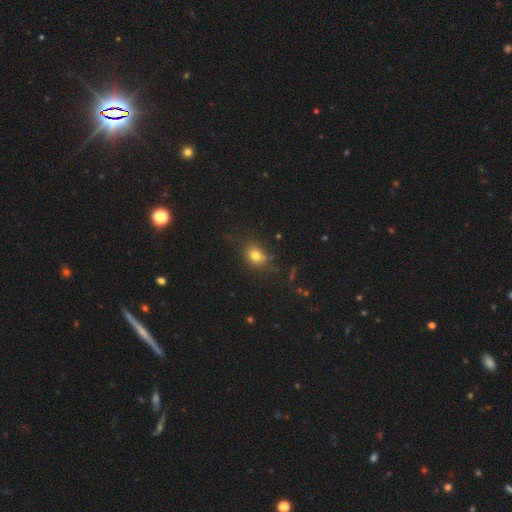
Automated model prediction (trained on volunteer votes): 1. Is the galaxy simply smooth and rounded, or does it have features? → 76% smooth, 14% star or artifact, 9% featured or disk.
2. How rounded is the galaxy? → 50% round, 48% in between, 2% cigar-shaped.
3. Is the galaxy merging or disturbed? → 74% none, 17% minor disturbance, 6% major disturbance, 3% merger.